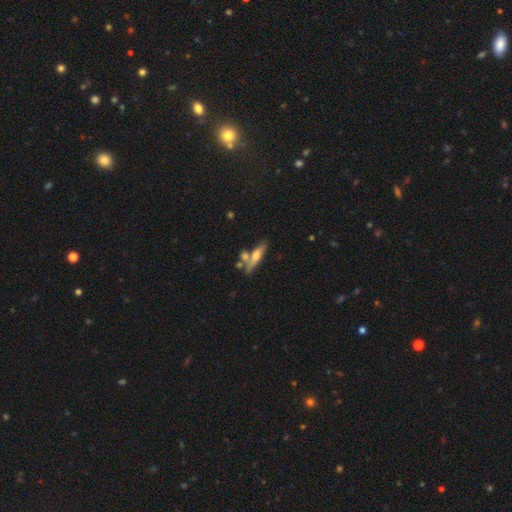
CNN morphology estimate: Q: Smooth or featured?
A: smooth (50%); runner-up: featured or disk (43%)
Q: Merging?
A: none (54%); runner-up: merger (26%)